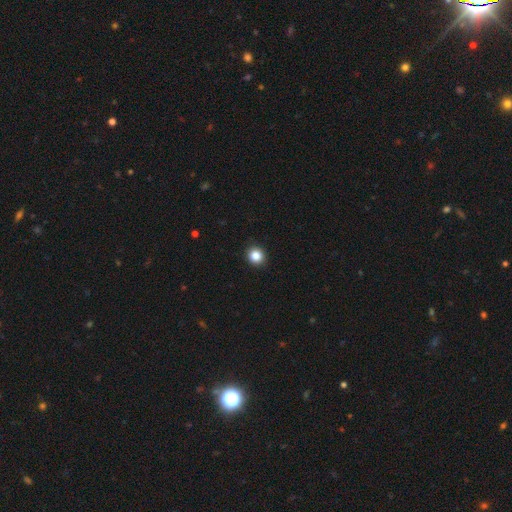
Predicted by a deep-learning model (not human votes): Morphology: type=smooth (85%); roundness=round (90%); merging=none (92%).